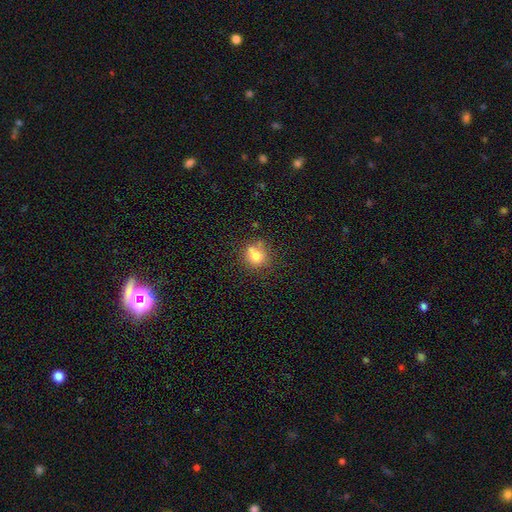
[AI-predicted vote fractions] smooth-or-featured: smooth: 74% | featured or disk: 13% | star or artifact: 13%
  how-rounded: round: 83% | in between: 16% | cigar-shaped: 1%
  merging: none: 56% | merger: 22% | minor disturbance: 16% | major disturbance: 6%